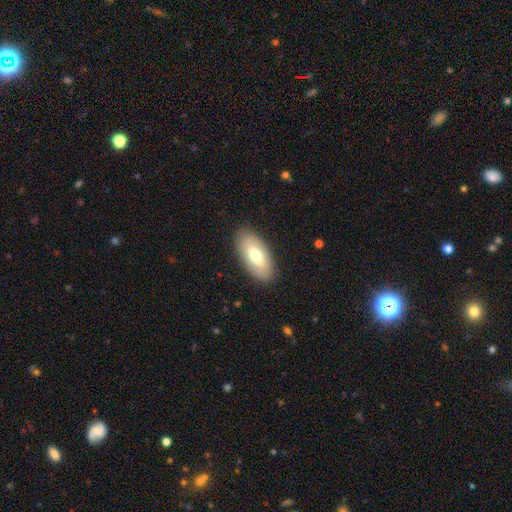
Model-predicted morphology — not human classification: This appears to be a smooth galaxy with no disk features (66%) that is in between round and cigar-shaped (91%). Merging: none (87%).